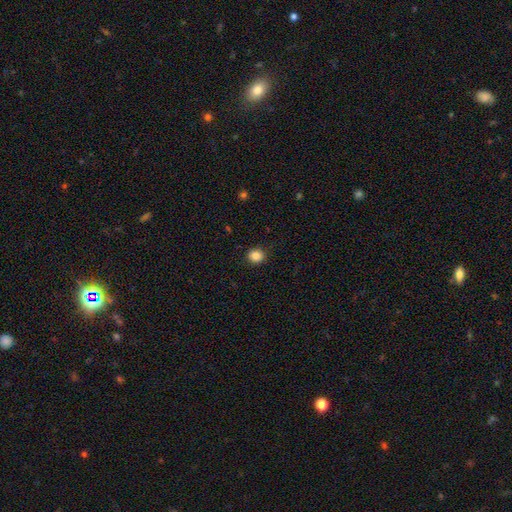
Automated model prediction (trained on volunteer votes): Overall: smooth (85%). How rounded: round (85%). Merging: none (91%).